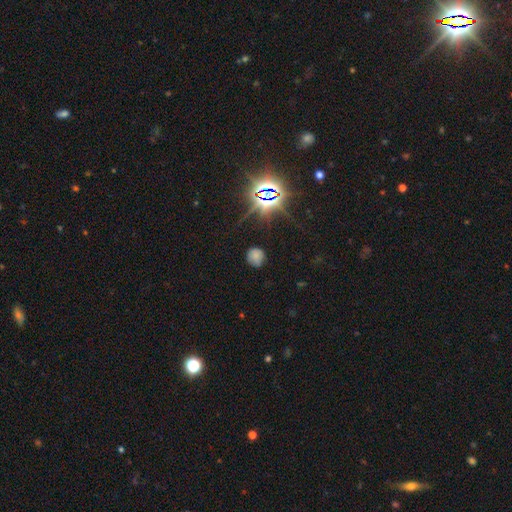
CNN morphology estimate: Q: Smooth or featured?
A: smooth (64%); runner-up: star or artifact (25%)
Q: How rounded?
A: round (84%); runner-up: in between (15%)
Q: Merging?
A: none (77%); runner-up: minor disturbance (17%)